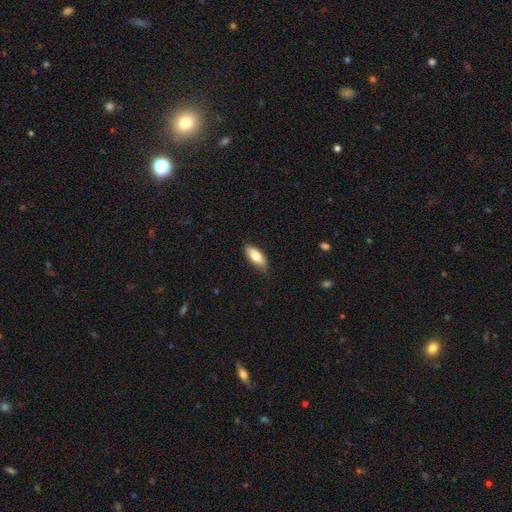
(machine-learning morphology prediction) Q: Smooth or featured?
A: smooth (80%); runner-up: featured or disk (14%)
Q: How rounded?
A: in between (78%); runner-up: cigar-shaped (20%)
Q: Merging?
A: none (80%); runner-up: minor disturbance (16%)